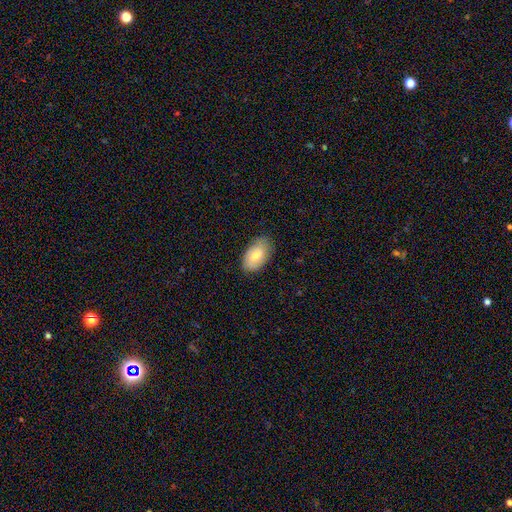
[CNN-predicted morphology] Overall: smooth (74%). How rounded: in between (94%). Merging: none (79%).